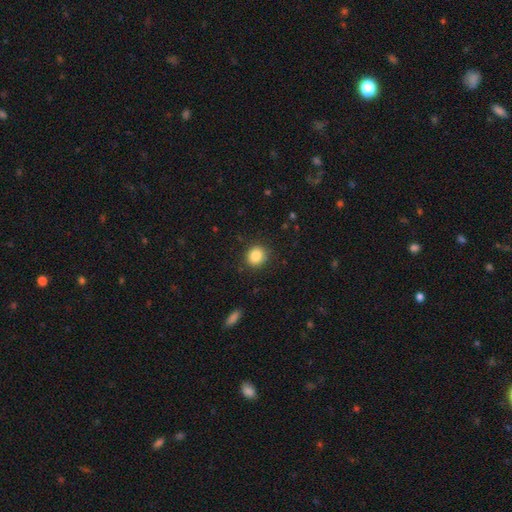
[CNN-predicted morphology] This appears to be a smooth galaxy with no disk features (86%) that is round (82%). Merging: none (87%).